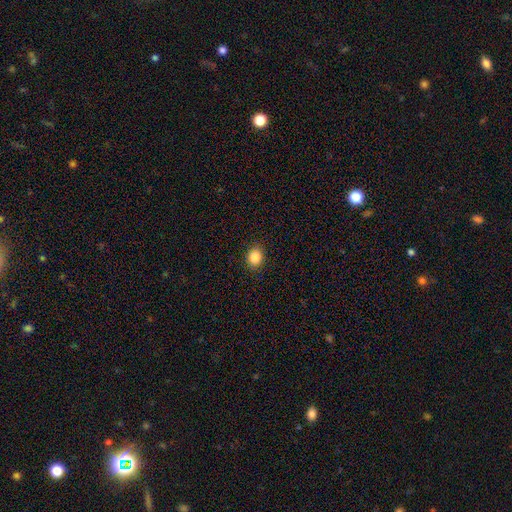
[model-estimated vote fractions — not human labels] smooth 86%, star or artifact 10%, featured or disk 4%. Down the decision tree: how rounded — round (56%); merging — none (89%).